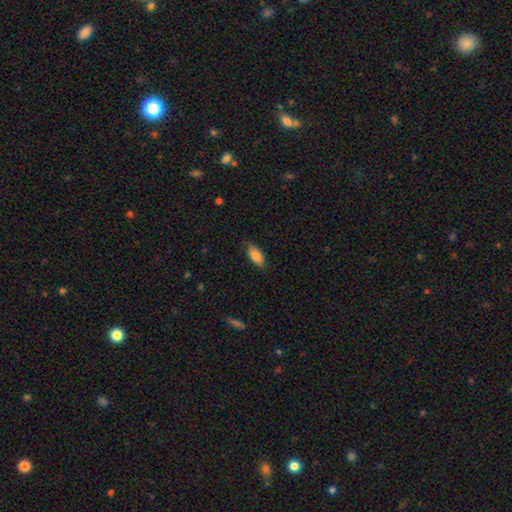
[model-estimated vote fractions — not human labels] Smooth or featured: smooth — 83% (featured or disk — 11%)
How rounded: in between — 87% (cigar-shaped — 10%)
Merging: none — 81% (minor disturbance — 15%)